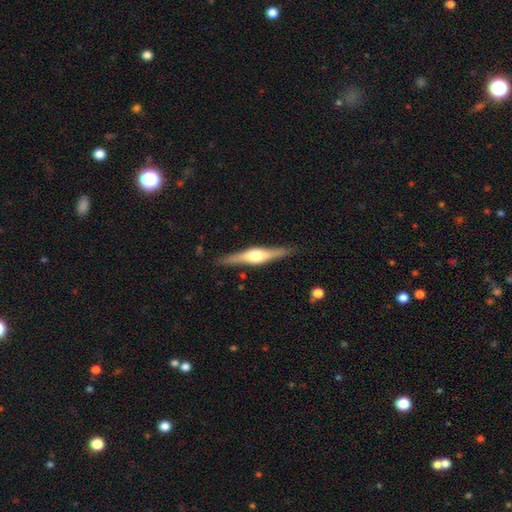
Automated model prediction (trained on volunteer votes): Smooth or featured?
  - featured or disk: 75% *
  - smooth: 20%
  - star or artifact: 5%
Edge-on disk?
  - yes: 97% *
  - no: 3%
Edge-on bulge?
  - rounded: 90% *
  - boxy: 8%
  - none: 2%
Merging?
  - none: 87% *
  - minor disturbance: 9%
  - major disturbance: 2%
  - merger: 1%